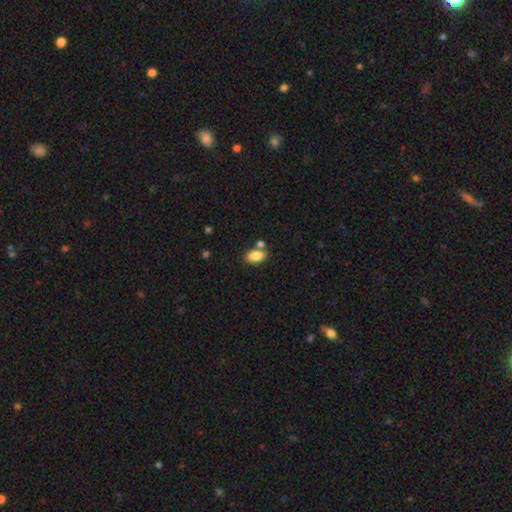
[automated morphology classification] Q: Smooth or featured?
A: smooth (85%); runner-up: star or artifact (8%)
Q: How rounded?
A: in between (91%); runner-up: round (5%)
Q: Merging?
A: none (68%); runner-up: merger (17%)